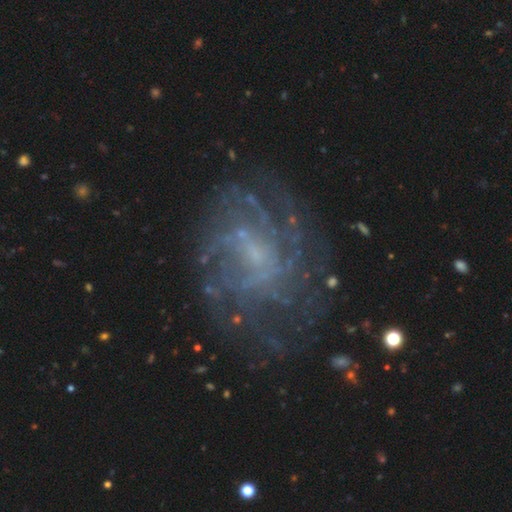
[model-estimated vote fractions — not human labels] Overall: featured or disk (79%). Edge-on disk: no (98%). Bar: no (48%; weak 43%). Spiral arms: yes (85%). Spiral arm count: can't tell (50%; 4 12%). Spiral winding: tight (49%; medium 35%). Bulge size: small (61%; none 22%). Merging: none (69%).